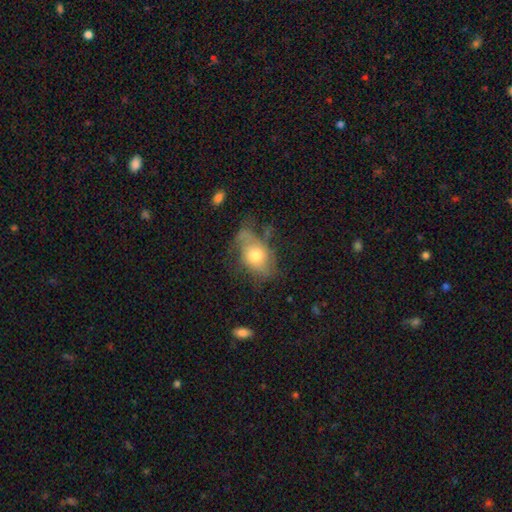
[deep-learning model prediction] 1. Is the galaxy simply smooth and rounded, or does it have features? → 56% smooth, 35% featured or disk, 9% star or artifact.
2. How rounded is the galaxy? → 78% in between, 20% round, 2% cigar-shaped.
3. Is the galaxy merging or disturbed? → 35% none, 31% major disturbance, 29% minor disturbance, 5% merger.